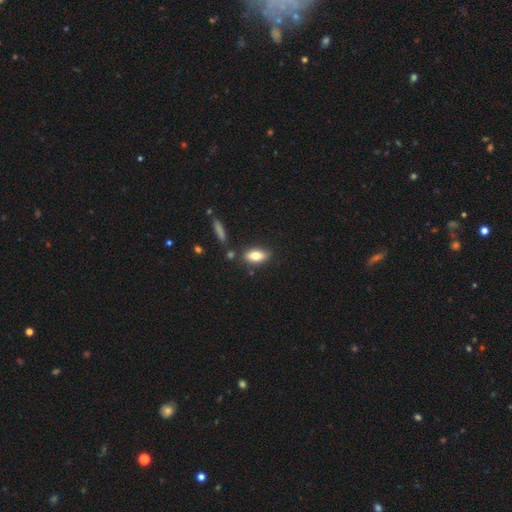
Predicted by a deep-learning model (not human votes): Smooth or featured: smooth — 76% (featured or disk — 16%)
How rounded: in between — 85% (cigar-shaped — 10%)
Merging: none — 77% (minor disturbance — 12%)